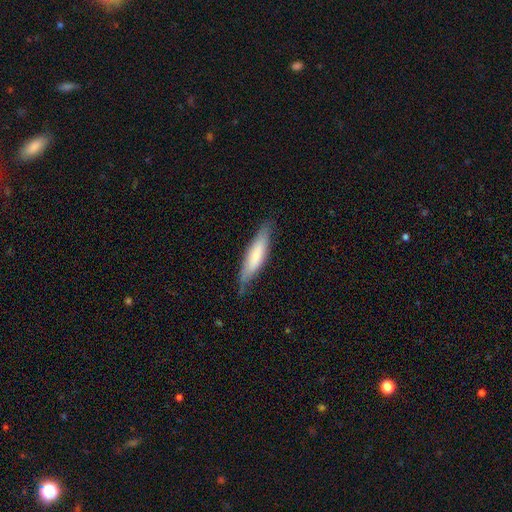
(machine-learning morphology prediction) Overall: smooth (64%; featured or disk 30%). How rounded: cigar-shaped (75%). Merging: none (76%).